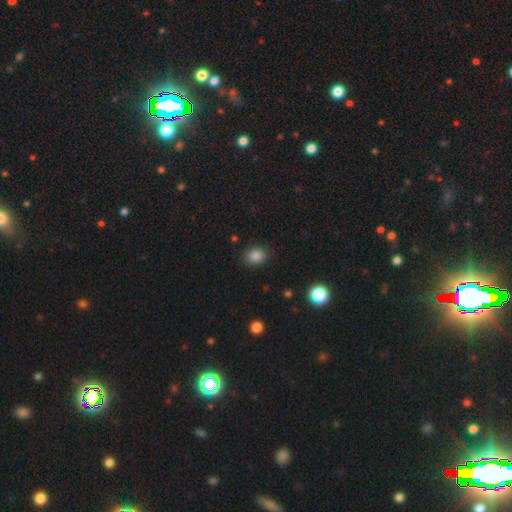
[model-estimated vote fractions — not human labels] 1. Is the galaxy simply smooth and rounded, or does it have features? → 85% smooth, 11% star or artifact, 4% featured or disk.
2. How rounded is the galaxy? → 56% round, 43% in between, 1% cigar-shaped.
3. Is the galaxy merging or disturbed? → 84% none, 11% minor disturbance, 3% major disturbance, 1% merger.